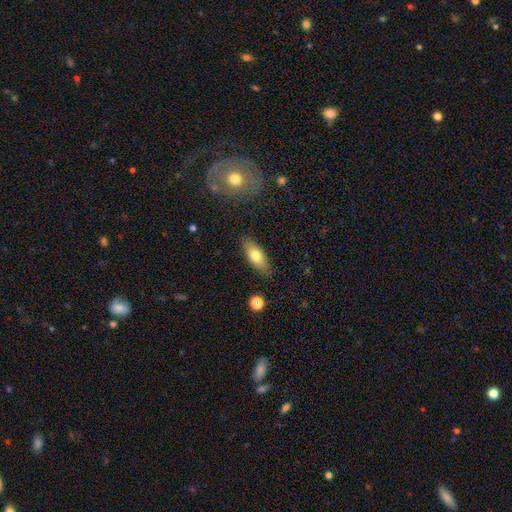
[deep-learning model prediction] smooth-or-featured: smooth: 73% | featured or disk: 20% | star or artifact: 7%
  how-rounded: in between: 76% | cigar-shaped: 21% | round: 3%
  merging: none: 85% | minor disturbance: 11% | major disturbance: 2% | merger: 2%